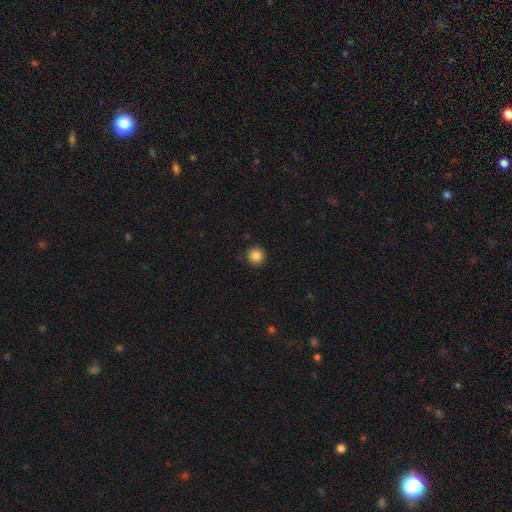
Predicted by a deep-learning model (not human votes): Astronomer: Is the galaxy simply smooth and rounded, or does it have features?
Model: smooth — 85%.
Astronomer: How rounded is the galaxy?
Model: round — 96%.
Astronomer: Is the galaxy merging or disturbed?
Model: none — 92%.